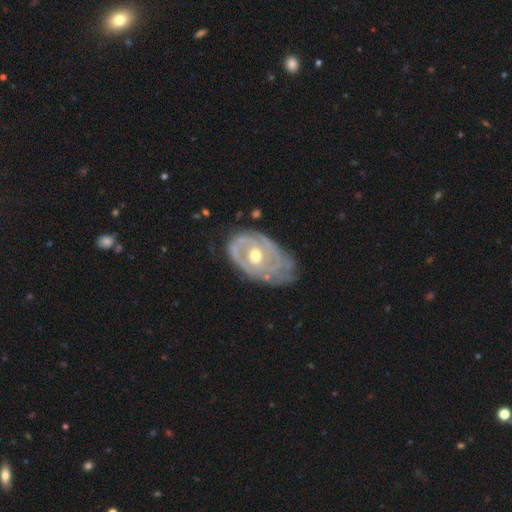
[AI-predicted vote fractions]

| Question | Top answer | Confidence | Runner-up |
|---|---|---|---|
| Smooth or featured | featured or disk | 85% | smooth (10%) |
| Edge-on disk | no | 96% | yes (4%) |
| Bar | no | 69% | weak (24%) |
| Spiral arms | yes | 87% | no (13%) |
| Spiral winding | tight | 68% | medium (24%) |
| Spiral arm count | can't tell | 35% | 2 (33%) |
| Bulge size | moderate | 72% | small (22%) |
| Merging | none | 55% | minor disturbance (30%) |